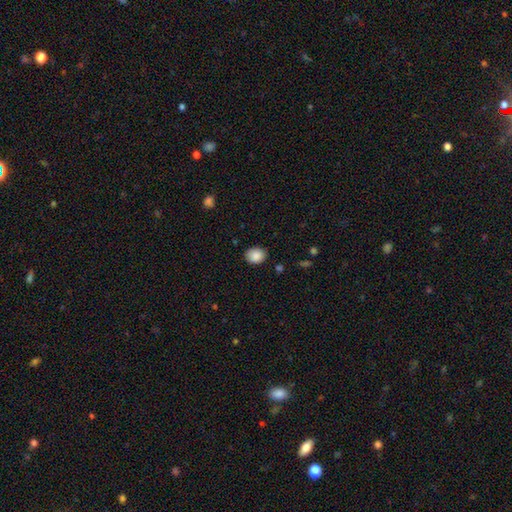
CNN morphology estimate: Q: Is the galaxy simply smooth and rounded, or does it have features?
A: smooth — 88%.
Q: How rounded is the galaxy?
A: round — 54%.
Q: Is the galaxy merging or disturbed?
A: none — 84%.